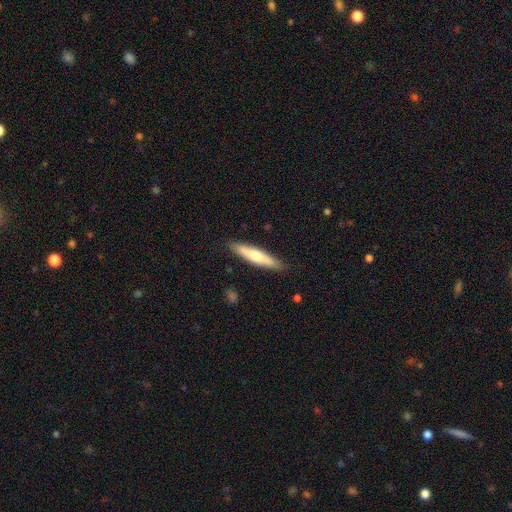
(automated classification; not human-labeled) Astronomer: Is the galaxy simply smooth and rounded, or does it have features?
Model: smooth — 56% (runner-up: featured or disk, 39%).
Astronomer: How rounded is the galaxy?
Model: cigar-shaped — 83%.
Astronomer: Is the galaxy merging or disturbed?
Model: none — 88%.